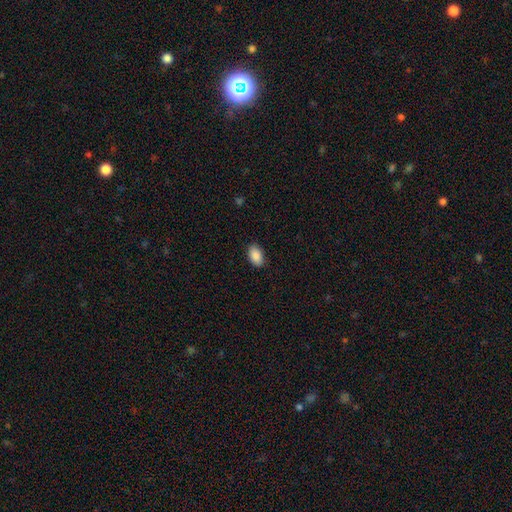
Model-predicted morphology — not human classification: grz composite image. It shows a smooth galaxy with no disk features (90%) that is in between round and cigar-shaped (92%). Merging: none (86%).